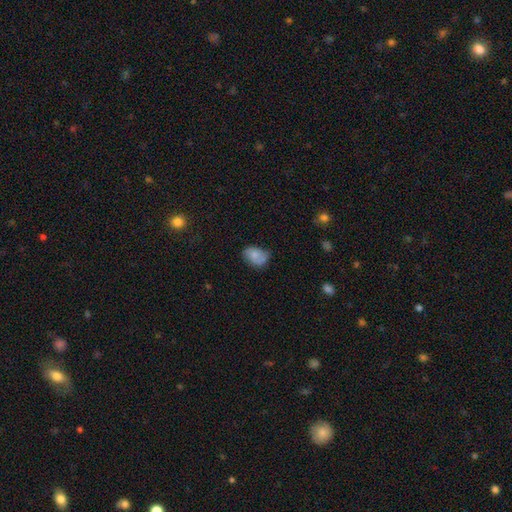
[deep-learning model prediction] A smooth galaxy with no disk features (56%) that is in between round and cigar-shaped (79%). Merging: none (58%).